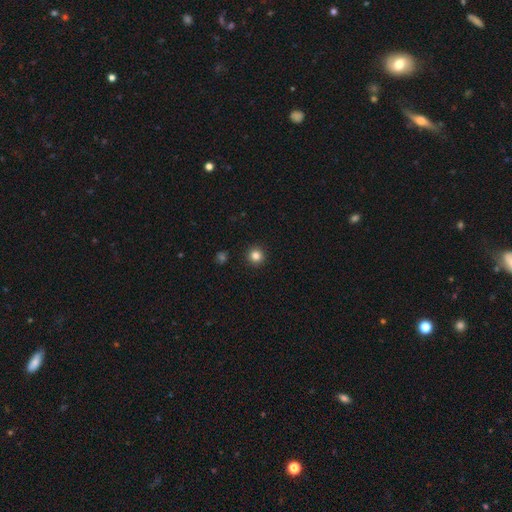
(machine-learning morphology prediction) A smooth galaxy with no disk features (83%) that is round (96%).

Vote fractions:
- Smooth or featured? smooth: 83% / star or artifact: 12% / featured or disk: 5%
- How rounded? round: 96% / in between: 3% / cigar-shaped: 1%
- Merging? none: 93% / minor disturbance: 4% / major disturbance: 2% / merger: 1%